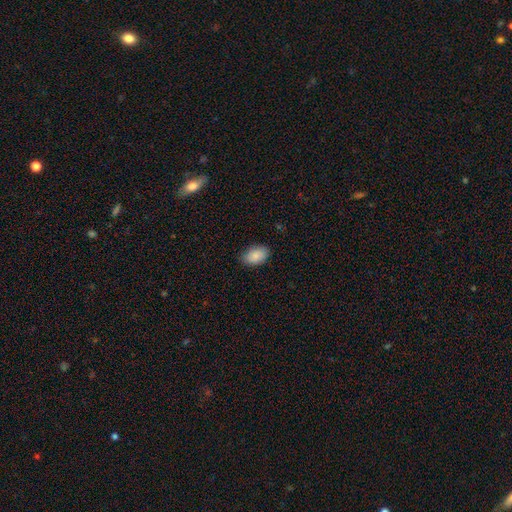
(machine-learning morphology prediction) This appears to be a smooth galaxy with no disk features (87%) that is in between round and cigar-shaped (91%). Merging: none (82%).